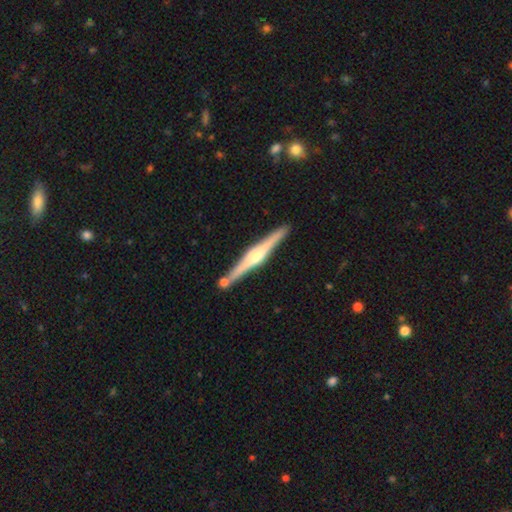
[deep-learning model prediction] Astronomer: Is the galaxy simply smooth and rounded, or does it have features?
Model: featured or disk — 76%.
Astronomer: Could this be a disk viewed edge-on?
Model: yes — 98%.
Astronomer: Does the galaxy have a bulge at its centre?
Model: rounded — 74%.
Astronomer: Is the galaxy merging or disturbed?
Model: none — 84%.